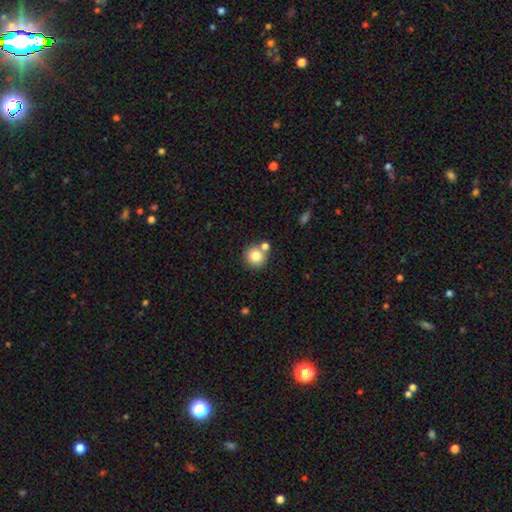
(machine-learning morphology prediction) smooth 80%, star or artifact 10%, featured or disk 9%. Down the decision tree: how rounded — round (92%); merging — none (68%).